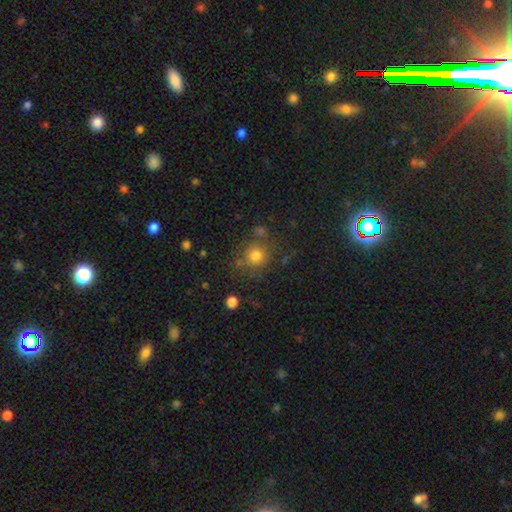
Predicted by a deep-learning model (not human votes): Smooth or featured: smooth — 78% (star or artifact — 13%)
How rounded: round — 90% (in between — 9%)
Merging: none — 74% (minor disturbance — 13%)